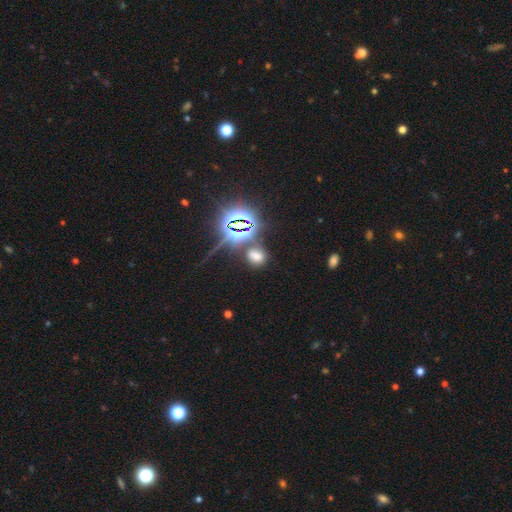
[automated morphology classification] Smooth or featured? Predicted: smooth (p=0.50). How rounded? Predicted: in between (p=0.59). Merging? Predicted: none (p=0.66).